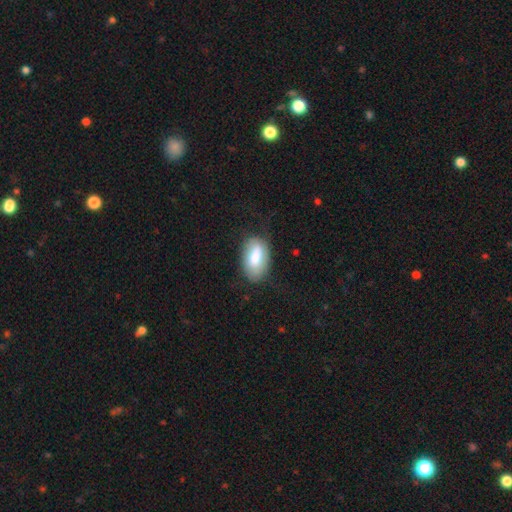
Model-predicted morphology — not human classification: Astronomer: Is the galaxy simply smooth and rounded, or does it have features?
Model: smooth — 78%.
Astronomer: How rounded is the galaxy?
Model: in between — 93%.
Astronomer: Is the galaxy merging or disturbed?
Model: none — 72%.